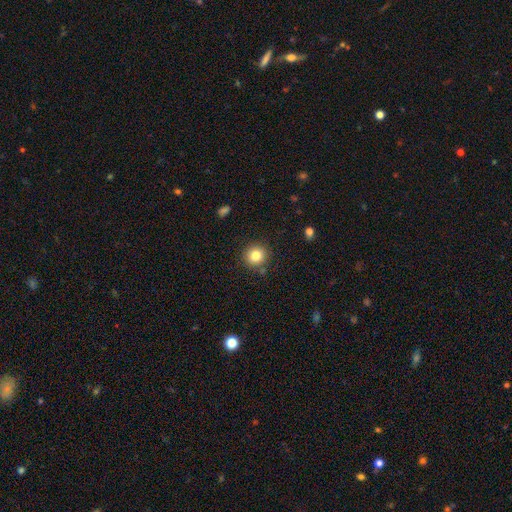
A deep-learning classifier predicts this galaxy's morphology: This is clearly a smooth galaxy (83%). How rounded: clearly round (90%). Merging: clearly none (86%).